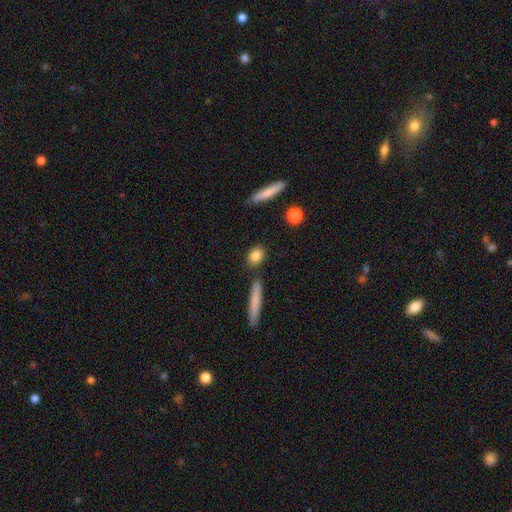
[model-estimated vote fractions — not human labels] Smooth or featured? Predicted: smooth (p=0.84). How rounded? Predicted: in between (p=0.46). Merging? Predicted: none (p=0.78).